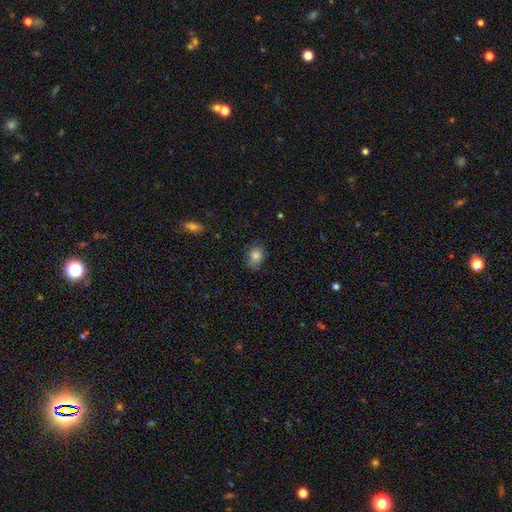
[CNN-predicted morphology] This is clearly a smooth galaxy (81%). How rounded: possibly in between (50%). Merging: likely none (74%).